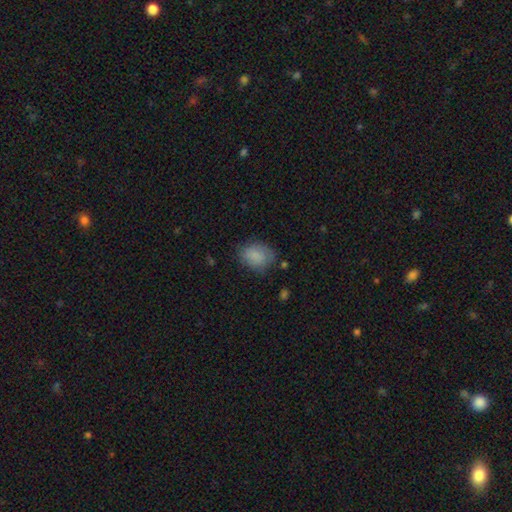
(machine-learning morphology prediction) The model was most divided on "how rounded": in between: 58%, round: 41%, cigar-shaped: 1%. More confident: smooth or featured — smooth (81%); merging — none (67%).